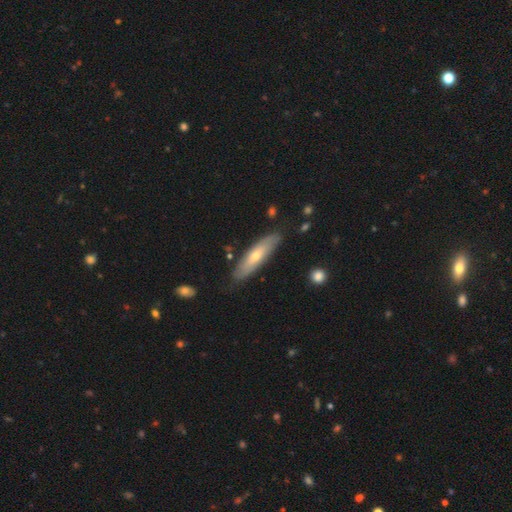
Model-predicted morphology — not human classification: smooth-or-featured: smooth: 49% | featured or disk: 45% | star or artifact: 6%
  merging: none: 82% | minor disturbance: 13% | major disturbance: 2% | merger: 2%